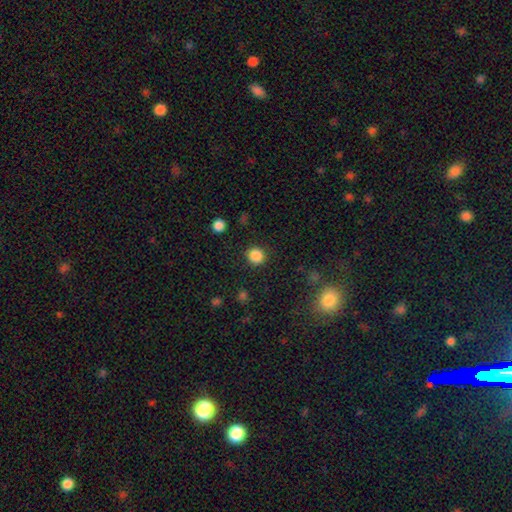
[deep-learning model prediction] This appears to be a smooth galaxy with no disk features (86%) that is round (89%). Merging: none (90%).